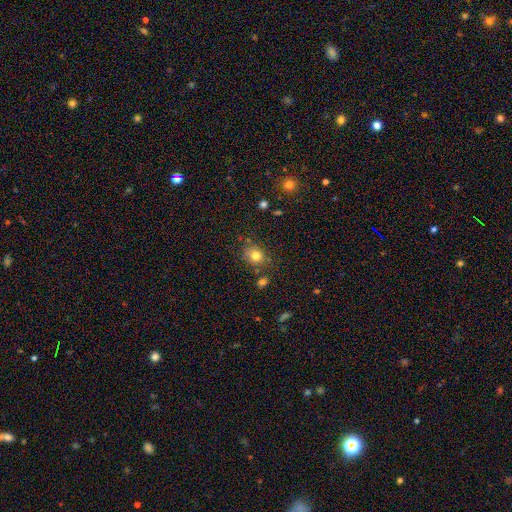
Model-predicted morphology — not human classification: smooth_or_featured: smooth (p=0.78) [alt: star or artifact p=0.13]
how_rounded: round (p=0.66) [alt: in between p=0.33]
merging: none (p=0.71) [alt: minor disturbance p=0.17]